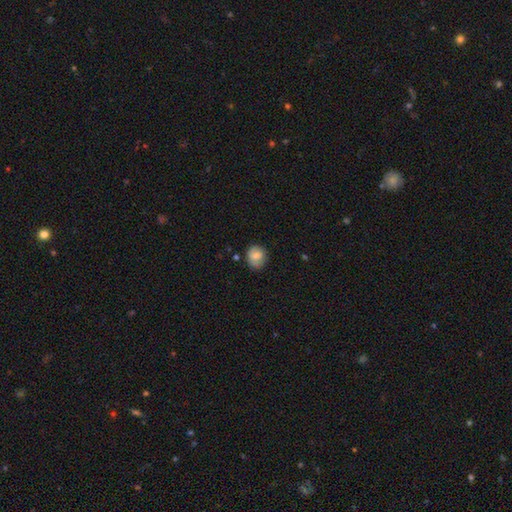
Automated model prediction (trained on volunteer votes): This is likely a smooth galaxy (71%). How rounded: likely round (72%). Merging: likely none (74%).